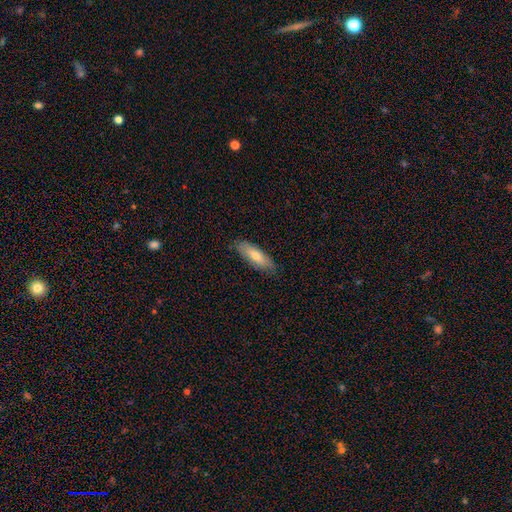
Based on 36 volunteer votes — smooth 69%, featured or disk 28%, star or artifact 3%. Down the decision tree: how rounded — in between (56%); merging — none (89%).